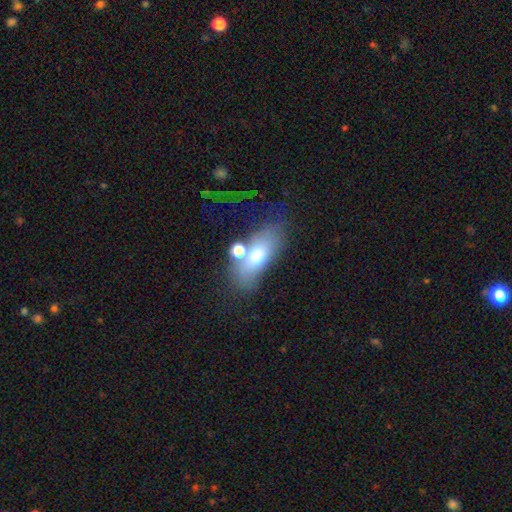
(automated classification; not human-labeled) Smooth or featured: smooth — 62% (featured or disk — 26%)
How rounded: in between — 77% (cigar-shaped — 12%)
Merging: none — 51% (merger — 22%)